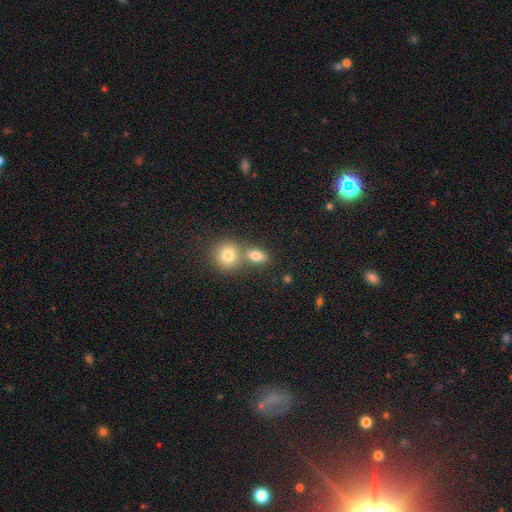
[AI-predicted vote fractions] smooth 80%, star or artifact 10%, featured or disk 10%. Down the decision tree: how rounded — in between (68%); merging — none (51%).